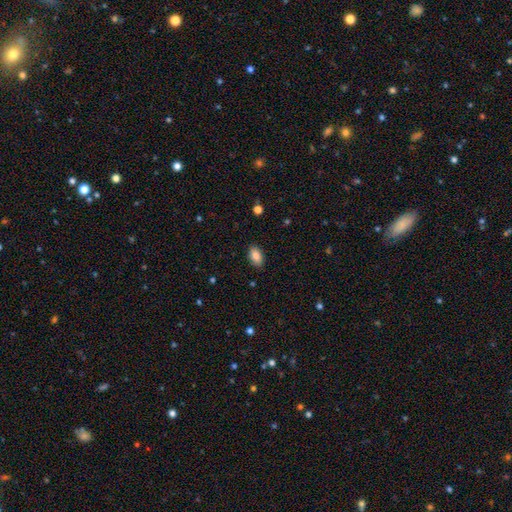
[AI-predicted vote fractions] Smooth or featured: smooth — 85% (star or artifact — 8%)
How rounded: in between — 92% (round — 6%)
Merging: none — 88% (minor disturbance — 9%)